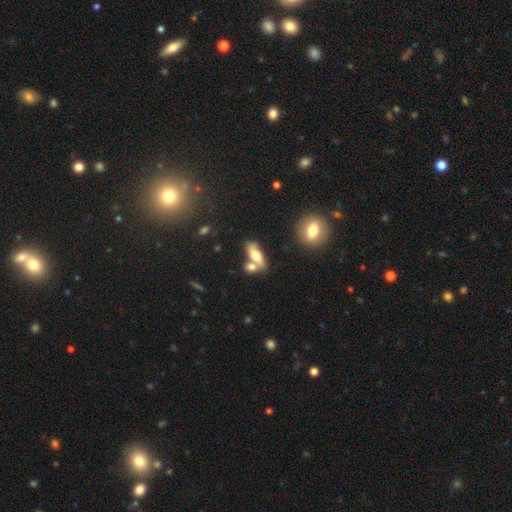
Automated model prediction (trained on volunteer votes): Smooth or featured: smooth — 52% (featured or disk — 40%)
How rounded: in between — 68% (cigar-shaped — 25%)
Merging: none — 48% (merger — 35%)